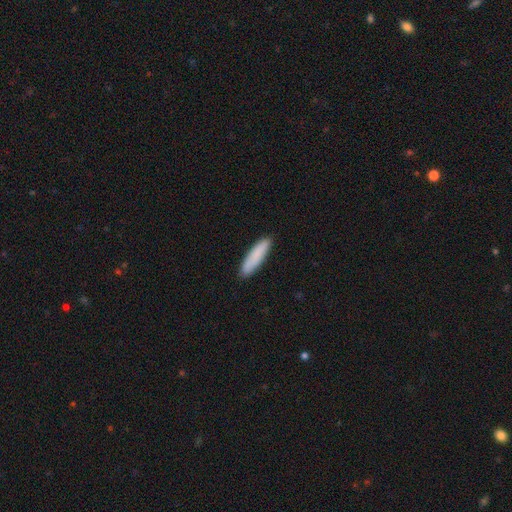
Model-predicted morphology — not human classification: Overall: smooth (86%). How rounded: cigar-shaped (77%). Merging: none (89%).